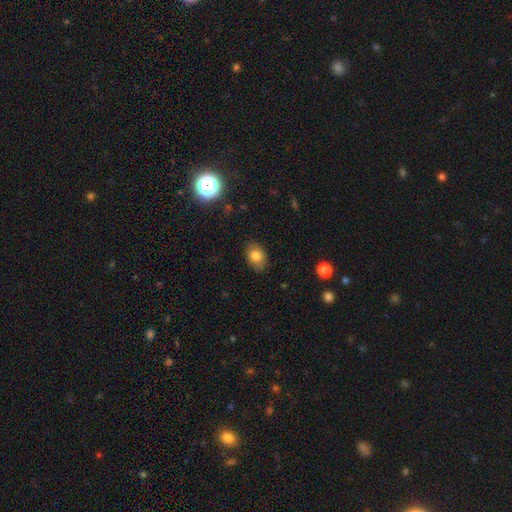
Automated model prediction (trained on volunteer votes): Morphology: type=smooth (80%); roundness=in between (75%); merging=none (84%).